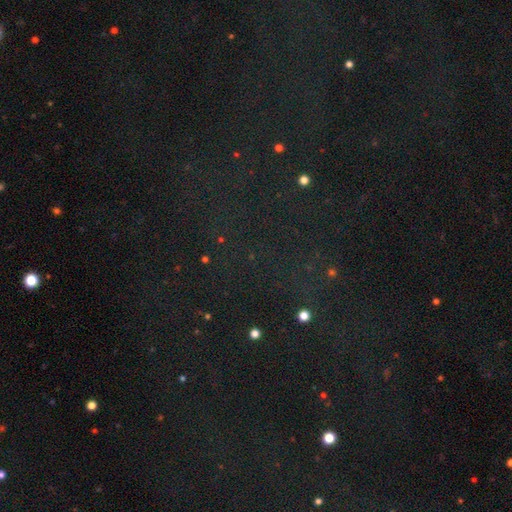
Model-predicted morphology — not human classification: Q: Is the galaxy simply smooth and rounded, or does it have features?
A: star or artifact — 78%.